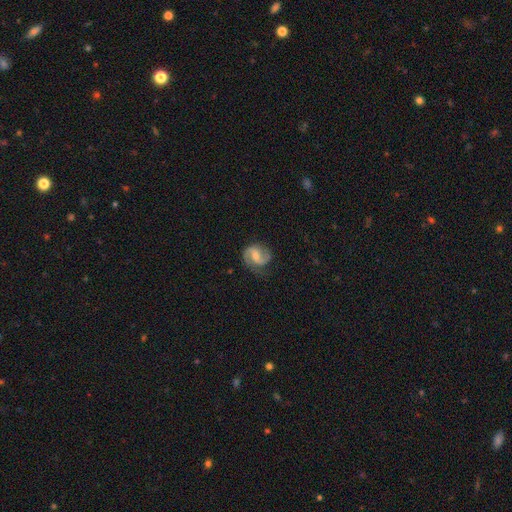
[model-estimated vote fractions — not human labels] Smooth or featured: featured or disk — 82% (smooth — 12%)
Edge-on disk: no — 98% (yes — 2%)
Bar: weak — 51% (no — 33%)
Spiral arms: yes — 97% (no — 3%)
Spiral winding: medium — 52% (loose — 28%)
Spiral arm count: 2 — 90% (1 — 4%)
Bulge size: moderate — 51% (small — 38%)
Merging: none — 74% (minor disturbance — 18%)